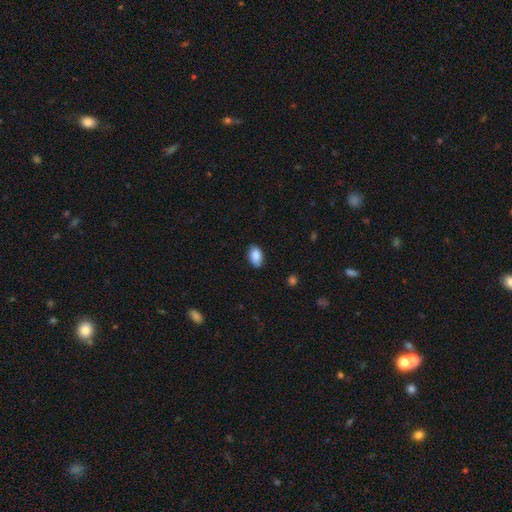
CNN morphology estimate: smooth 87%, star or artifact 7%, featured or disk 6%. Down the decision tree: how rounded — in between (92%); merging — none (84%).